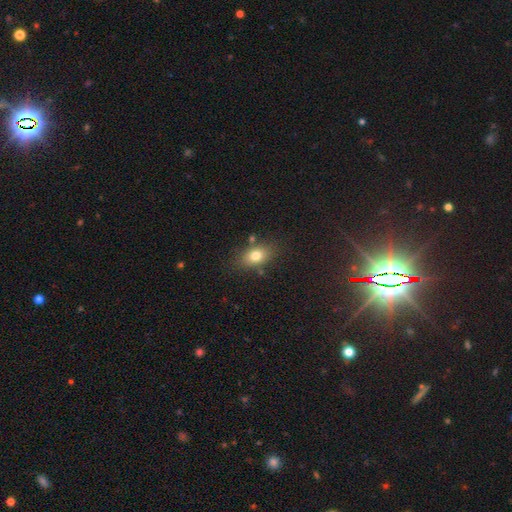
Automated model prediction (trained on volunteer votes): smooth 77%, featured or disk 12%, star or artifact 11%. Down the decision tree: how rounded — in between (75%); merging — none (77%).